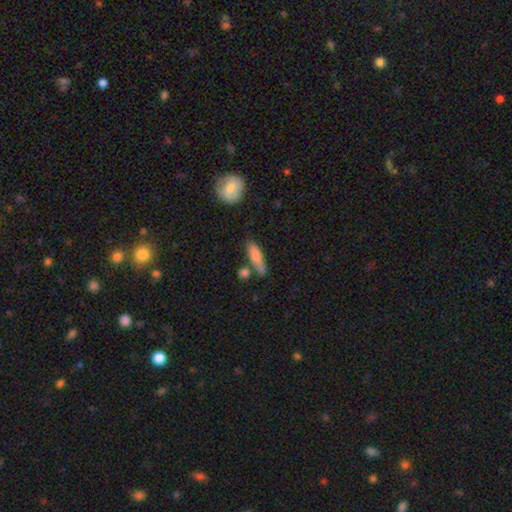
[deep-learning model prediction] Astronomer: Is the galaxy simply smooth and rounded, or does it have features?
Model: smooth — 73%.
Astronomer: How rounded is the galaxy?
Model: cigar-shaped — 60% (runner-up: in between, 36%).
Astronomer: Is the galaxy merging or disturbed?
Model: none — 62%.